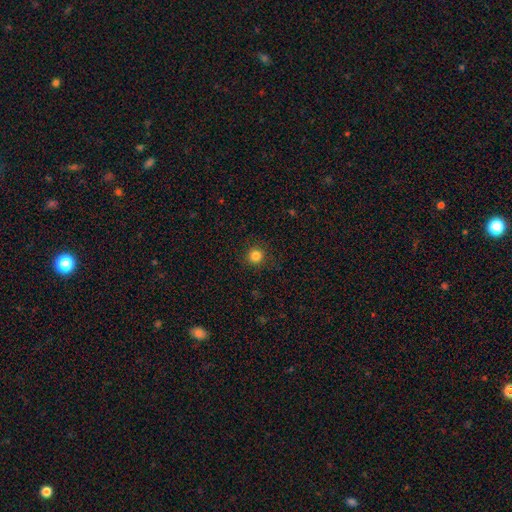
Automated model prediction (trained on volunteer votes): smooth_or_featured: smooth (p=0.84) [alt: star or artifact p=0.12]
how_rounded: round (p=0.95) [alt: in between p=0.04]
merging: none (p=0.91) [alt: minor disturbance p=0.06]